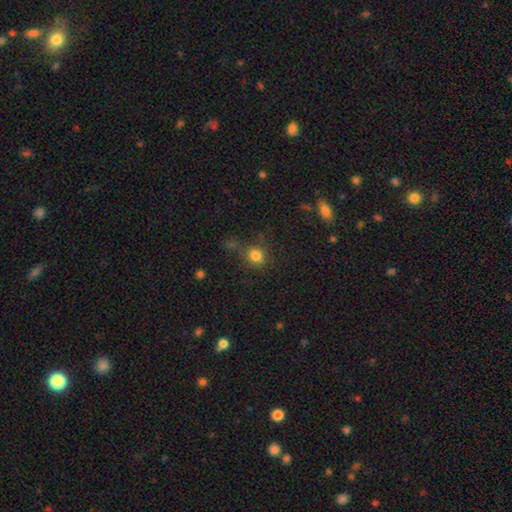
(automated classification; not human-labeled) smooth_or_featured: smooth (p=0.79) [alt: star or artifact p=0.14]
how_rounded: round (p=0.87) [alt: in between p=0.12]
merging: none (p=0.67) [alt: minor disturbance p=0.15]